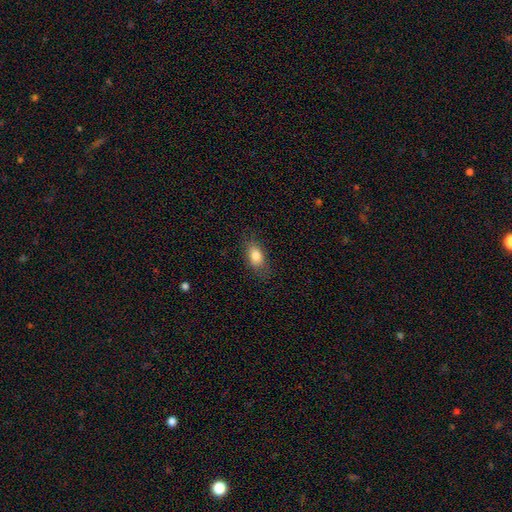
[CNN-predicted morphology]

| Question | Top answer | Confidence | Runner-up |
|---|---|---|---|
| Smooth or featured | smooth | 82% | featured or disk (10%) |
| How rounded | in between | 85% | round (9%) |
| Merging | none | 79% | minor disturbance (15%) |